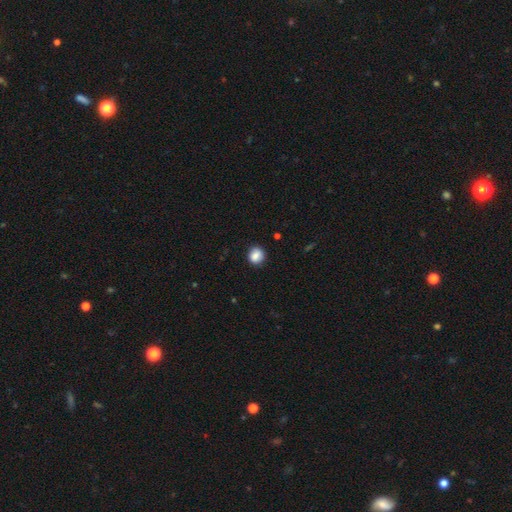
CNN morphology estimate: Q: Smooth or featured?
A: smooth (85%); runner-up: star or artifact (9%)
Q: How rounded?
A: round (81%); runner-up: in between (18%)
Q: Merging?
A: none (86%); runner-up: minor disturbance (10%)